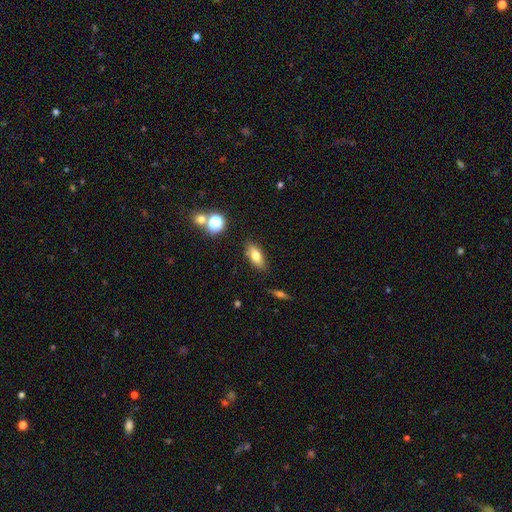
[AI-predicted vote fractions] Morphology: type=smooth (72%); roundness=in between (78%); merging=none (83%).